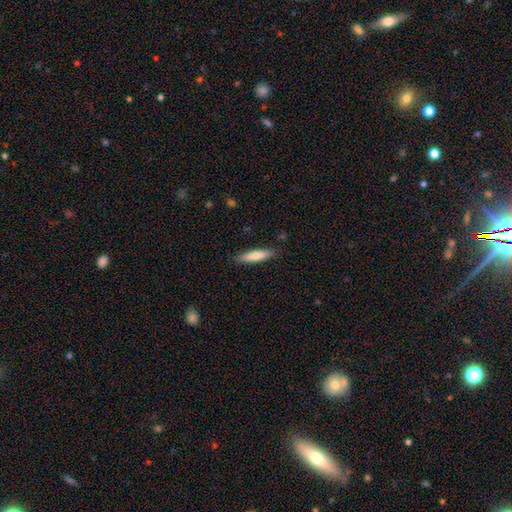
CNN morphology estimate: smooth_or_featured: smooth (p=0.77) [alt: featured or disk p=0.17]
how_rounded: cigar-shaped (p=0.80) [alt: in between p=0.19]
merging: none (p=0.88) [alt: minor disturbance p=0.09]